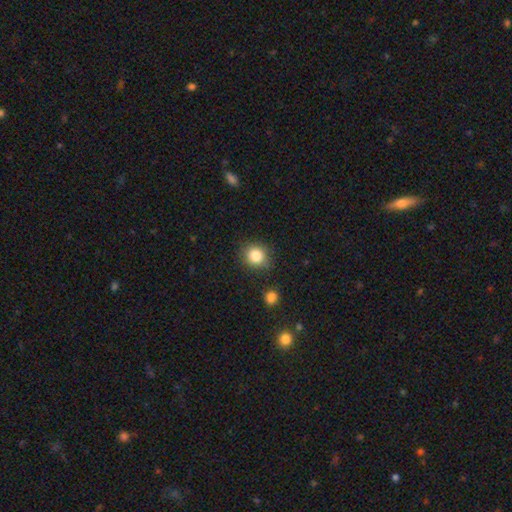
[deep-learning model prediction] smooth 84%, star or artifact 10%, featured or disk 5%. Down the decision tree: how rounded — round (78%); merging — none (84%).